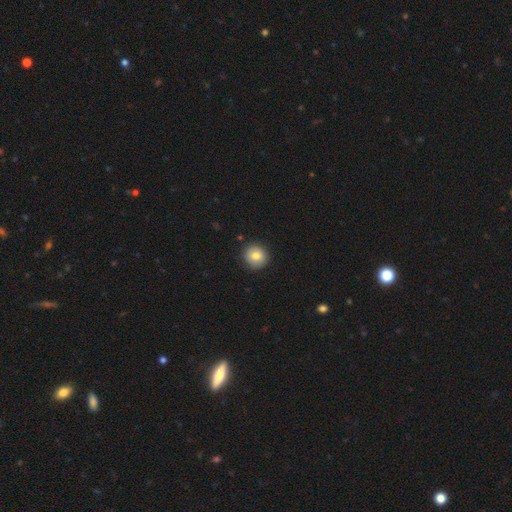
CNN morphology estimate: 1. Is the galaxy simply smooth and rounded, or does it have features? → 82% smooth, 10% featured or disk, 8% star or artifact.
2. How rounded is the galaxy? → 91% round, 8% in between, 1% cigar-shaped.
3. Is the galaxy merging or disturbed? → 90% none, 7% minor disturbance, 2% major disturbance, 1% merger.